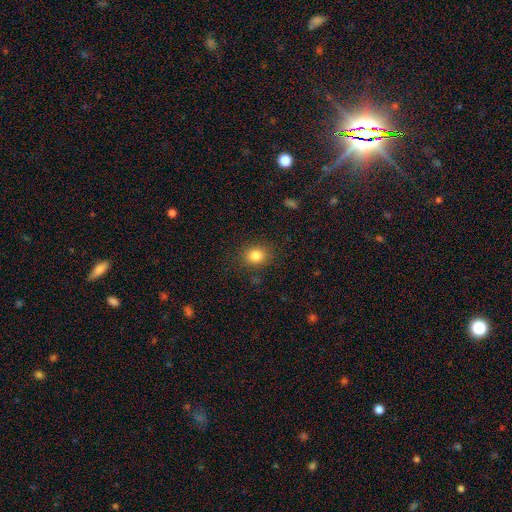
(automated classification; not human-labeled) Q: Smooth or featured?
A: smooth (83%); runner-up: star or artifact (11%)
Q: How rounded?
A: round (63%); runner-up: in between (36%)
Q: Merging?
A: none (86%); runner-up: minor disturbance (10%)